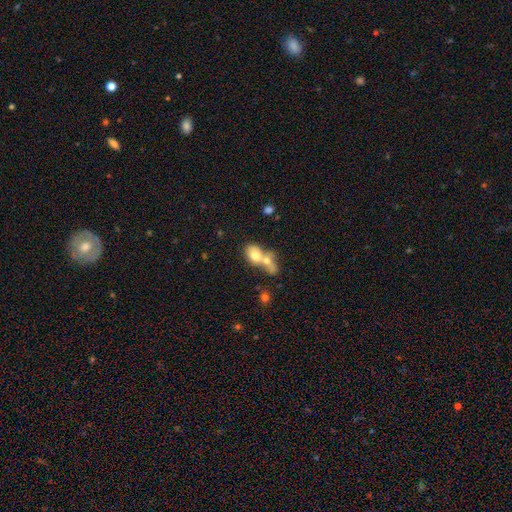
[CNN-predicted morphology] Smooth or featured? Predicted: smooth (p=0.69). How rounded? Predicted: in between (p=0.65). Merging? Predicted: merger (p=0.76).